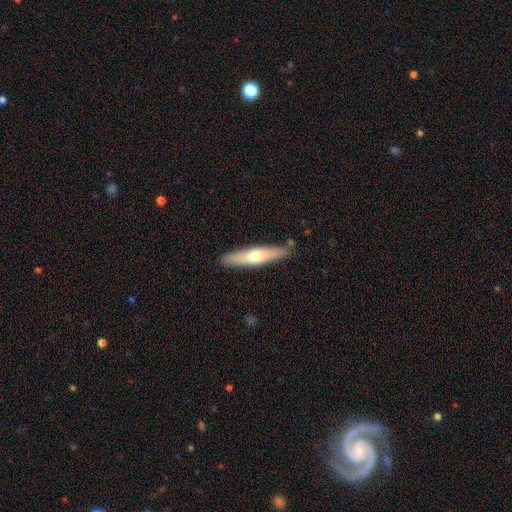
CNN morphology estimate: Smooth or featured? Predicted: smooth (p=0.54). How rounded? Predicted: cigar-shaped (p=0.85). Merging? Predicted: none (p=0.86).